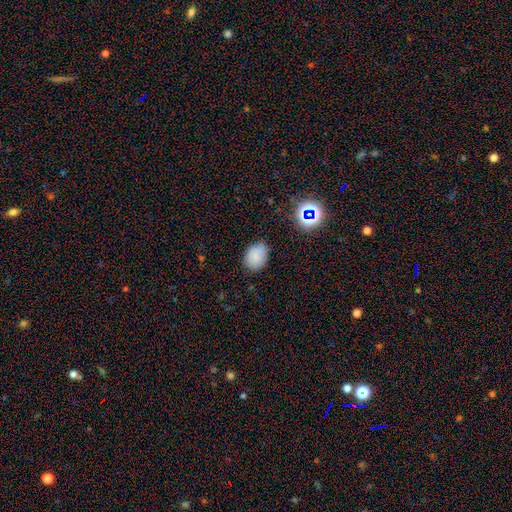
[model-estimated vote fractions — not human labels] A smooth galaxy with no disk features (81%) that is in between round and cigar-shaped (69%).

Vote fractions:
- Smooth or featured? smooth: 81% / star or artifact: 13% / featured or disk: 6%
- How rounded? in between: 69% / round: 30% / cigar-shaped: 1%
- Merging? none: 78% / minor disturbance: 17% / major disturbance: 3% / merger: 1%